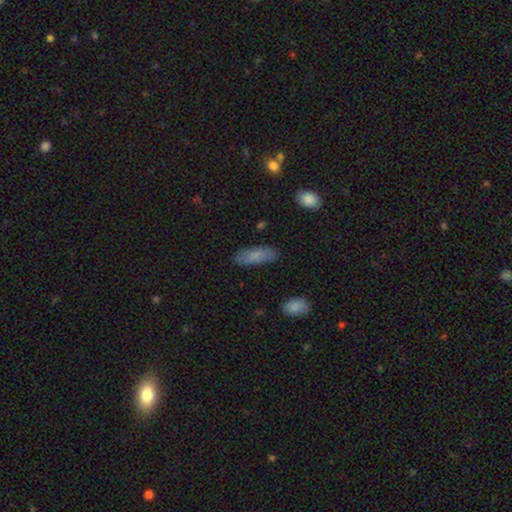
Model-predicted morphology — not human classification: Smooth or featured? Predicted: smooth (p=0.78). How rounded? Predicted: in between (p=0.70). Merging? Predicted: none (p=0.82).